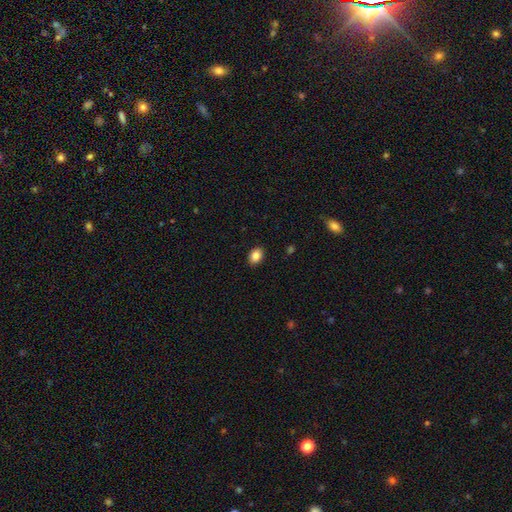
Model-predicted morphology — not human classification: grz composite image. It shows a smooth galaxy with no disk features (86%) that is in between round and cigar-shaped (76%). Merging: none (90%).